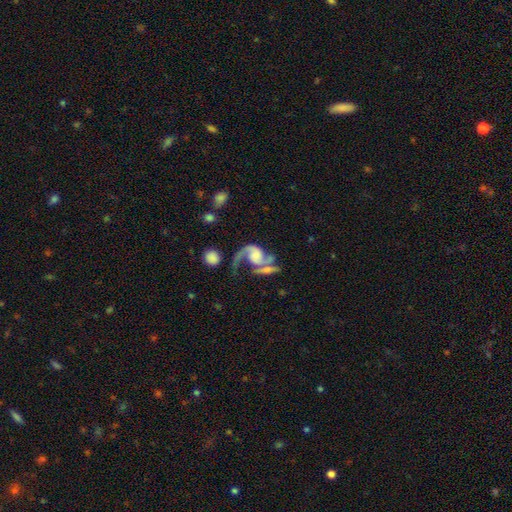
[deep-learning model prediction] smooth_or_featured: featured or disk (p=0.81) [alt: smooth p=0.12]
disk_edge_on: no (p=0.97) [alt: yes p=0.03]
bar: no (p=0.63) [alt: weak p=0.28]
has_spiral_arms: yes (p=0.93) [alt: no p=0.07]
spiral_winding: loose (p=0.55) [alt: medium p=0.35]
spiral_arm_count: 2 (p=0.68) [alt: 1 p=0.25]
bulge_size: none (p=0.27) [alt: moderate p=0.26]
merging: merger (p=0.31) [tied with: major disturbance p=0.31]